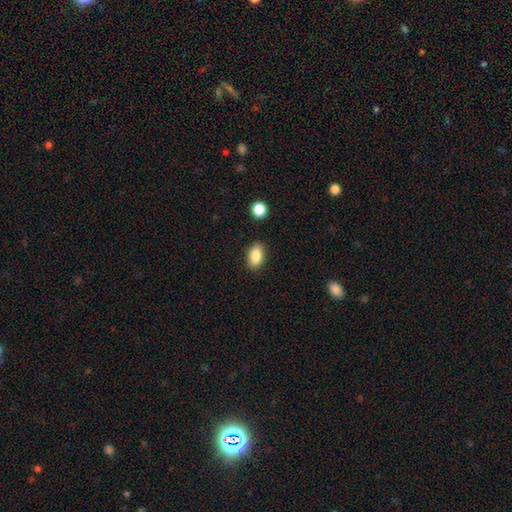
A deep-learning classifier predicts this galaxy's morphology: A smooth galaxy with no disk features (87%) that is in between round and cigar-shaped (90%). Merging: none (86%).